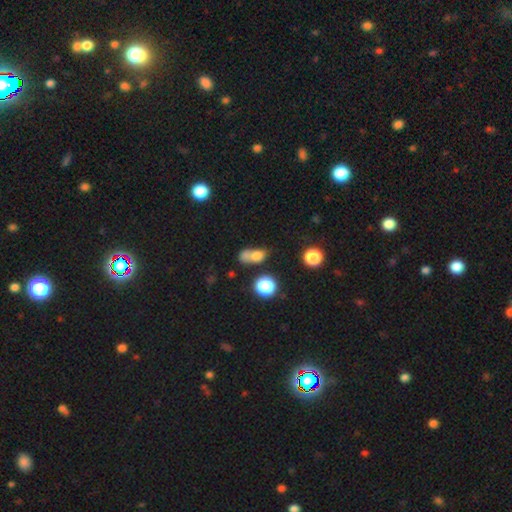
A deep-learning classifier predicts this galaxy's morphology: smooth_or_featured: smooth (p=0.70) [alt: star or artifact p=0.17]
how_rounded: in between (p=0.52) [alt: round p=0.44]
merging: merger (p=0.46) [alt: none p=0.31]